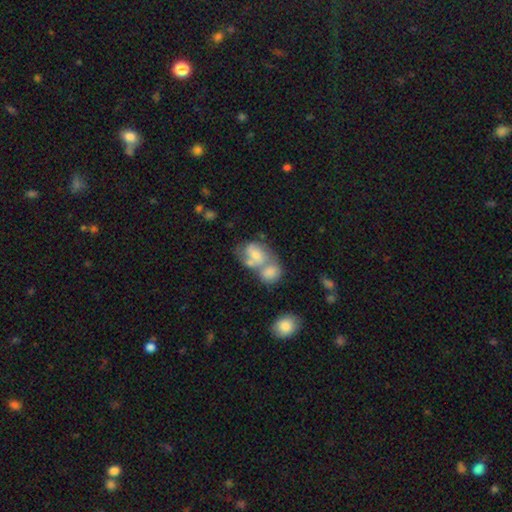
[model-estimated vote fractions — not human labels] Smooth or featured? Predicted: smooth (p=0.49). Merging? Predicted: merger (p=0.62).